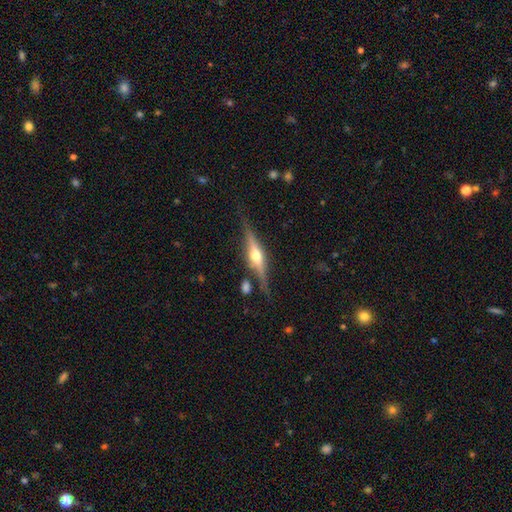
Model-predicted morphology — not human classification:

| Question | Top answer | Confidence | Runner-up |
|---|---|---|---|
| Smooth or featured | featured or disk | 79% | smooth (15%) |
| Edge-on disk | yes | 97% | no (3%) |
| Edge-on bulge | rounded | 91% | boxy (6%) |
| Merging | none | 82% | minor disturbance (12%) |